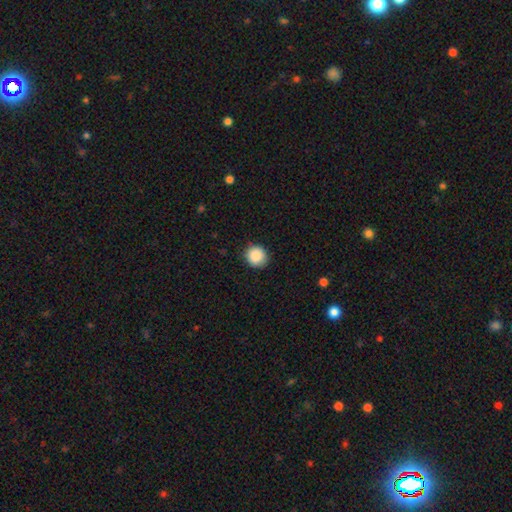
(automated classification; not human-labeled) This is clearly a smooth galaxy (89%). How rounded: clearly round (91%). Merging: clearly none (88%).